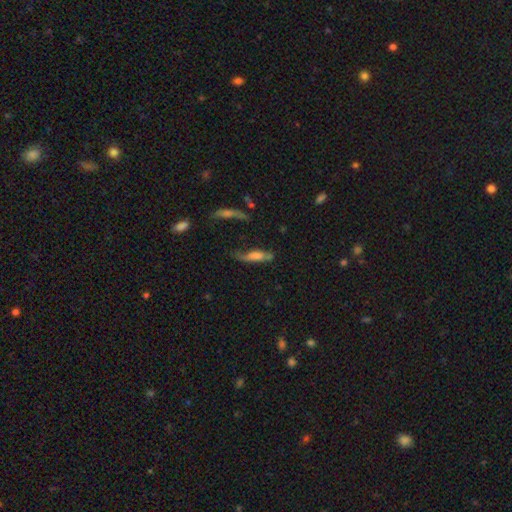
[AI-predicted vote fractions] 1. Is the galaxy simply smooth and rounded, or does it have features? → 54% smooth, 37% featured or disk, 9% star or artifact.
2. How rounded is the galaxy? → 61% cigar-shaped, 37% in between, 2% round.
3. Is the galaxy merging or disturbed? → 49% none, 27% minor disturbance, 18% major disturbance, 7% merger.